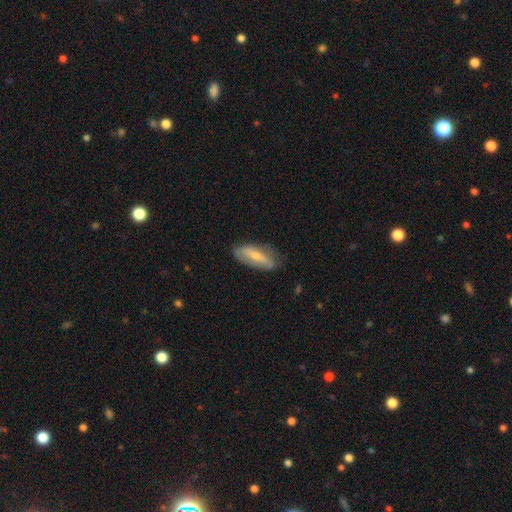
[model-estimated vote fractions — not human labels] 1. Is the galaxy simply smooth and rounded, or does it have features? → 51% featured or disk, 43% smooth, 6% star or artifact.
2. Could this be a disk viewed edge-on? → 75% no, 25% yes.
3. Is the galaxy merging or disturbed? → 73% none, 20% minor disturbance, 5% major disturbance, 1% merger.